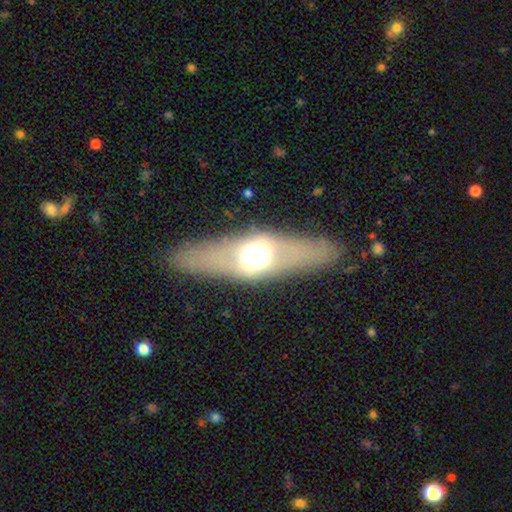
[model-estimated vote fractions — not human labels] Smooth or featured?
  - featured or disk: 51% *
  - smooth: 38%
  - star or artifact: 12%
Edge-on disk?
  - yes: 61% *
  - no: 39%
Merging?
  - none: 81% *
  - minor disturbance: 11%
  - major disturbance: 6%
  - merger: 2%